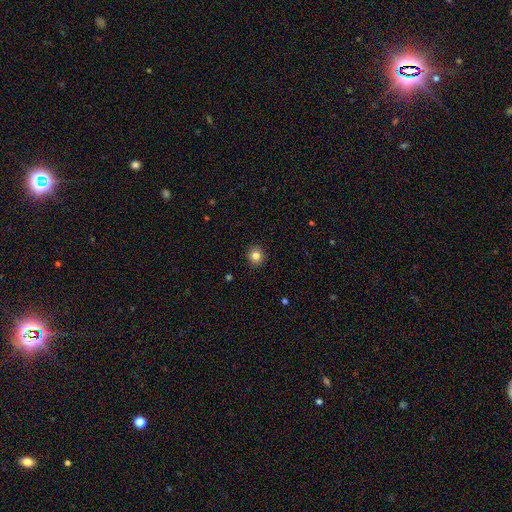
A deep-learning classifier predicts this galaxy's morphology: This appears to be a smooth galaxy with no disk features (82%) that is round (89%). Merging: none (92%).